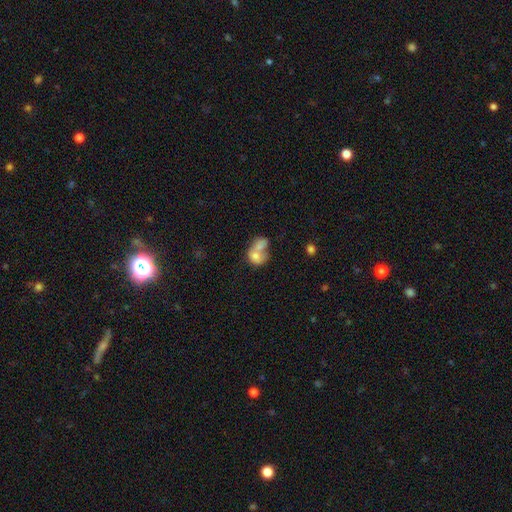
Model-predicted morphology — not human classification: Overall: smooth (69%). How rounded: in between (63%; round 36%). Merging: merger (74%).